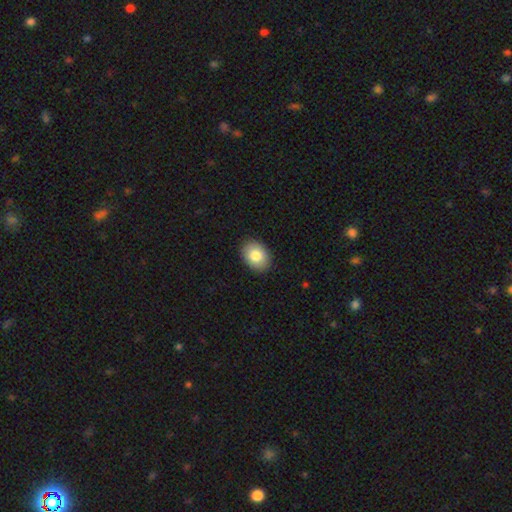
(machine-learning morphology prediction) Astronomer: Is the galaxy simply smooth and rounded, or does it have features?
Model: smooth — 84%.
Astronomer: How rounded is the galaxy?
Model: in between — 73%.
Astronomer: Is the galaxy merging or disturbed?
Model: none — 90%.